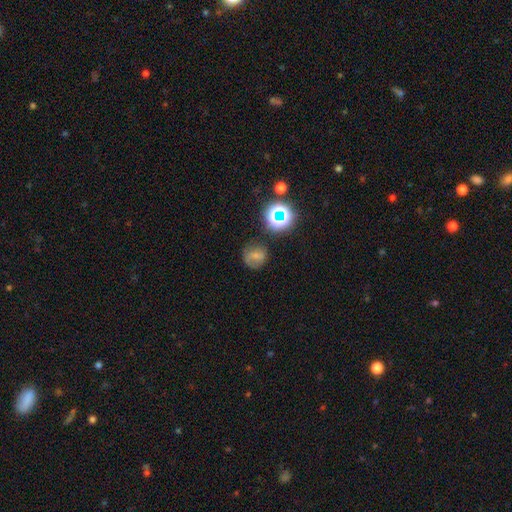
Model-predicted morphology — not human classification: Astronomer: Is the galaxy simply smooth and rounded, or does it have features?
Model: smooth — 56%.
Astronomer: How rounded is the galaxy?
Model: round — 76%.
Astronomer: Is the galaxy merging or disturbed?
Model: none — 66%.